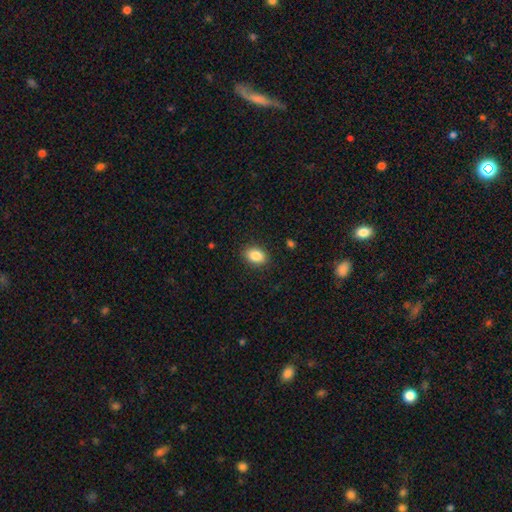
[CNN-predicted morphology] The model was most divided on "how rounded": in between: 83%, round: 15%, cigar-shaped: 1%. More confident: merging — none (89%); smooth or featured — smooth (86%).